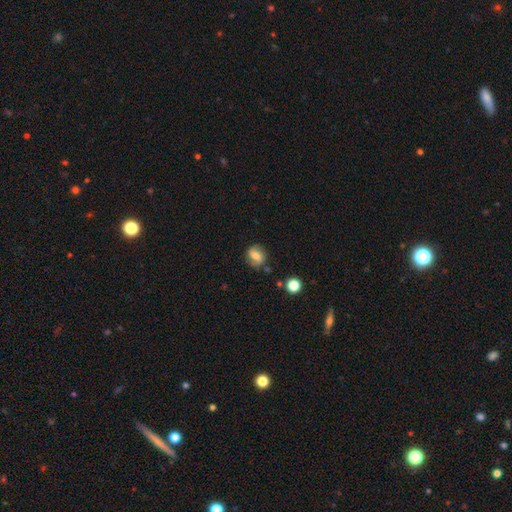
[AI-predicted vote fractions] A smooth galaxy with no disk features (60%) that is round (59%).

Vote fractions:
- Smooth or featured? smooth: 60% / featured or disk: 30% / star or artifact: 10%
- How rounded? round: 59% / in between: 39% / cigar-shaped: 2%
- Merging? none: 74% / minor disturbance: 17% / major disturbance: 5% / merger: 4%